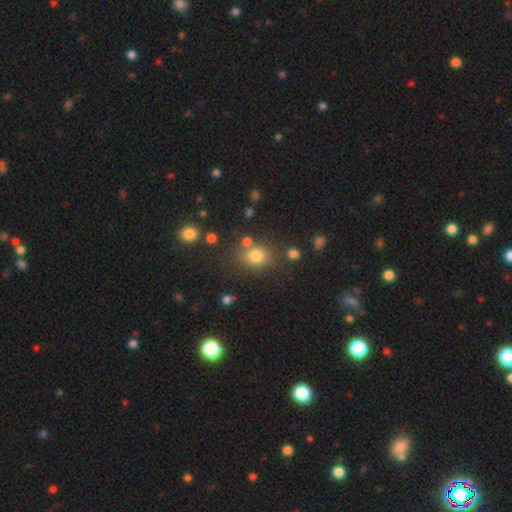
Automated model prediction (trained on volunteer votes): Overall: smooth (77%). How rounded: round (63%; in between 36%). Merging: none (71%).